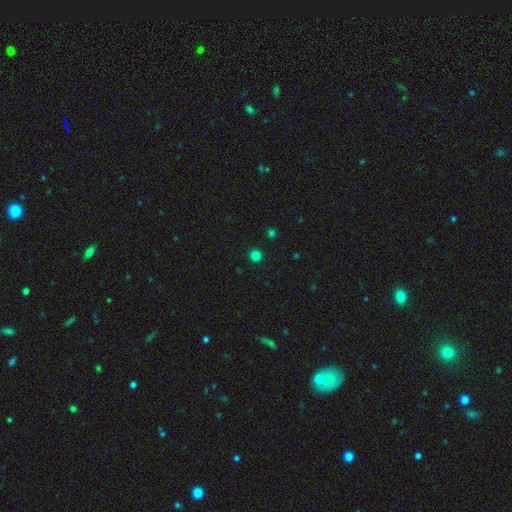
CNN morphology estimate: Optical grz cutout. It shows a smooth galaxy with no disk features (81%) that is round (95%). Merging: none (93%).